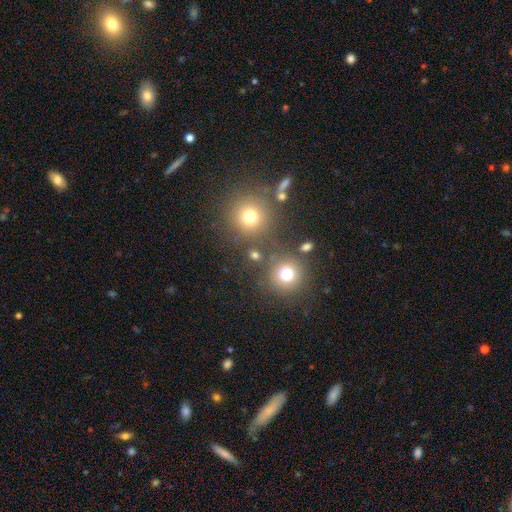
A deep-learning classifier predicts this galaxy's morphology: Q: Smooth or featured?
A: smooth (61%); runner-up: star or artifact (30%)
Q: How rounded?
A: round (91%); runner-up: in between (8%)
Q: Merging?
A: none (76%); runner-up: merger (13%)